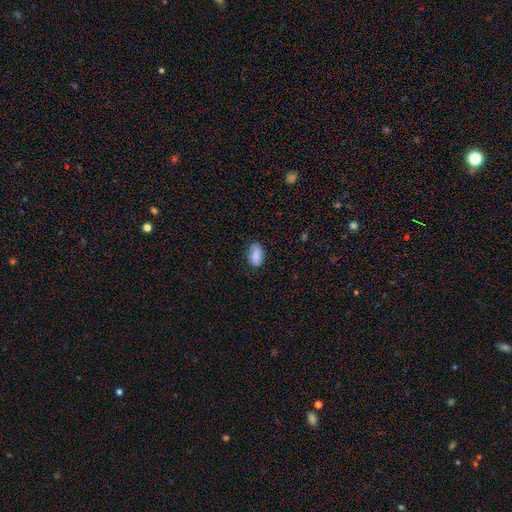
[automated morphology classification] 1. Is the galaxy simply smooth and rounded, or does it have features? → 87% smooth, 8% star or artifact, 5% featured or disk.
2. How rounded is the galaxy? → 89% in between, 7% round, 4% cigar-shaped.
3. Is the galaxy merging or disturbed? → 71% none, 23% minor disturbance, 4% major disturbance, 2% merger.